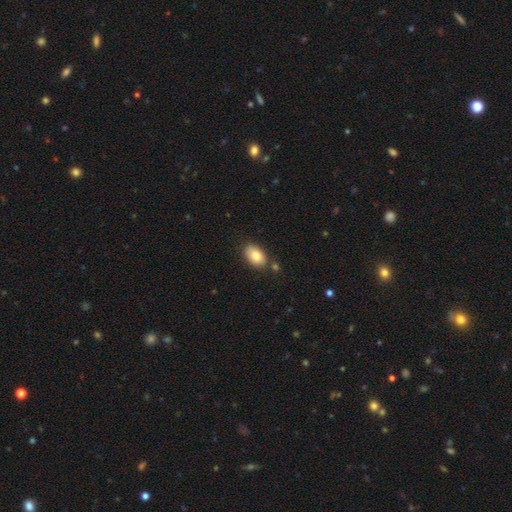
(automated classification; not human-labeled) The model was most divided on "merging": none: 79%, minor disturbance: 13%, merger: 6%, major disturbance: 3%. More confident: how rounded — in between (89%); smooth or featured — smooth (84%).